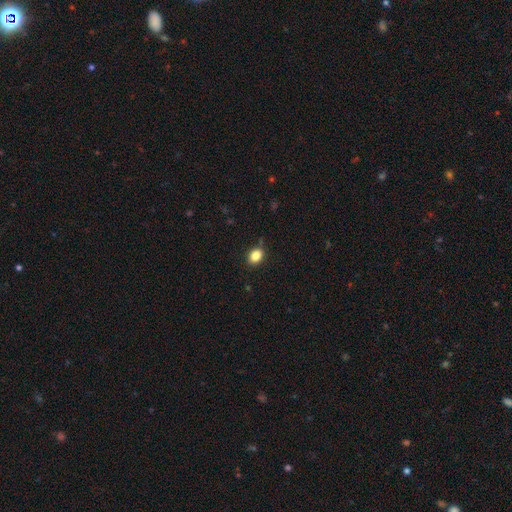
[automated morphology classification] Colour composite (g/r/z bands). It shows a smooth galaxy with no disk features (85%) that is in between round and cigar-shaped (61%). Merging: none (84%).